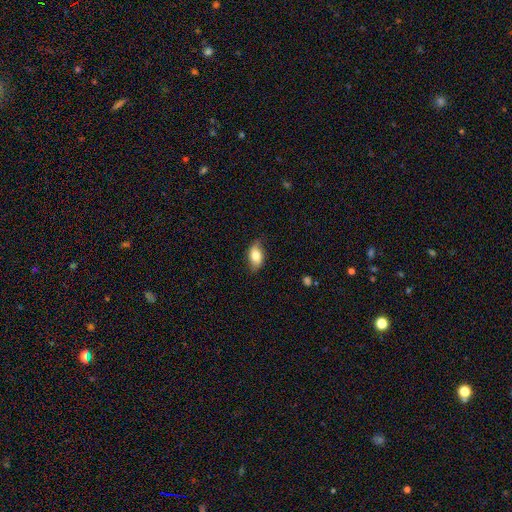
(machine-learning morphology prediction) smooth 74%, featured or disk 19%, star or artifact 7%. Down the decision tree: how rounded — in between (89%); merging — none (74%).